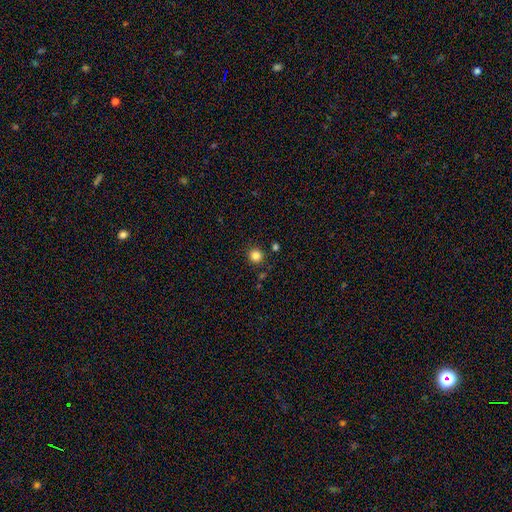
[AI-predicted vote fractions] smooth_or_featured: smooth (p=0.83) [alt: star or artifact p=0.12]
how_rounded: round (p=0.94) [alt: in between p=0.06]
merging: none (p=0.88) [alt: minor disturbance p=0.06]